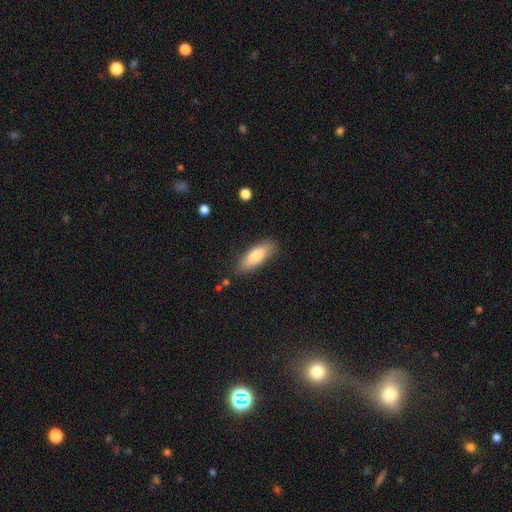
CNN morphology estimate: type=smooth (77%); roundness=in between (64%); merging=none (84%).